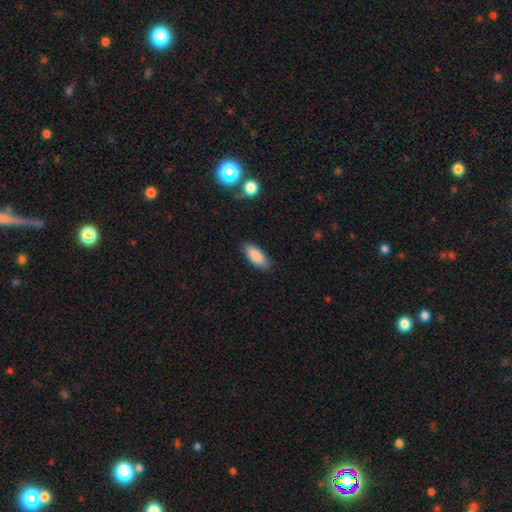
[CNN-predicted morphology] smooth-or-featured: smooth: 88% | star or artifact: 6% | featured or disk: 6%
  how-rounded: in between: 79% | cigar-shaped: 19% | round: 2%
  merging: none: 85% | minor disturbance: 11% | major disturbance: 2% | merger: 1%